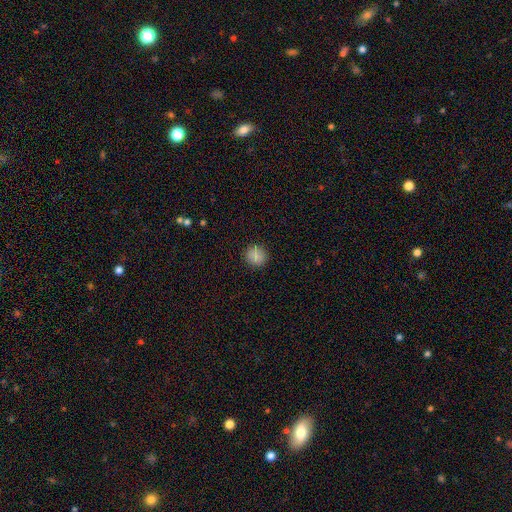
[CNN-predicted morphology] Smooth or featured: smooth — 85% (star or artifact — 10%)
How rounded: round — 88% (in between — 11%)
Merging: none — 90% (minor disturbance — 7%)